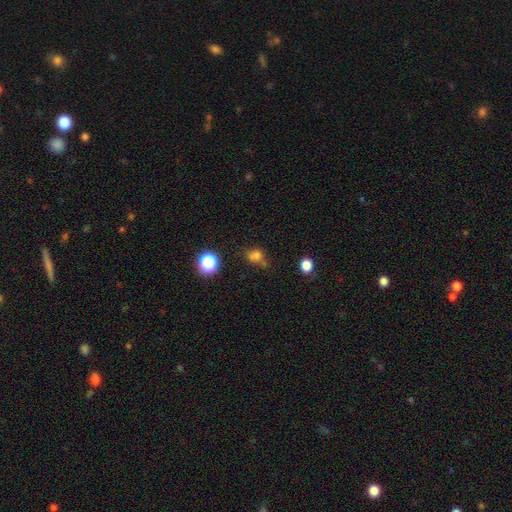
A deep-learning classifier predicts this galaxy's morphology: Overall: smooth (72%). How rounded: round (64%; in between 34%). Merging: none (52%; merger 20%).